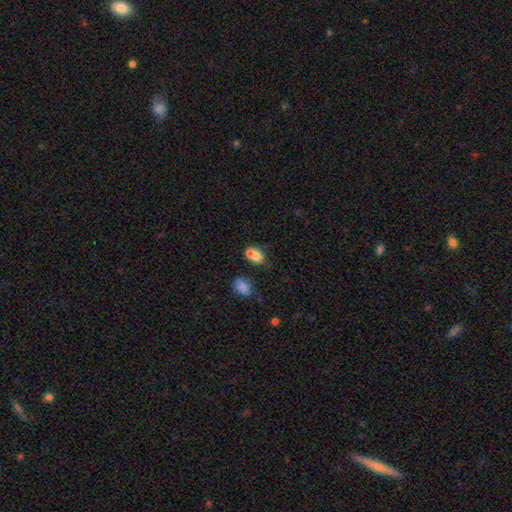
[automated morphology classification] Q: Smooth or featured?
A: smooth (72%); runner-up: featured or disk (16%)
Q: How rounded?
A: in between (49%); tied with: round (49%)
Q: Merging?
A: merger (55%); runner-up: none (31%)